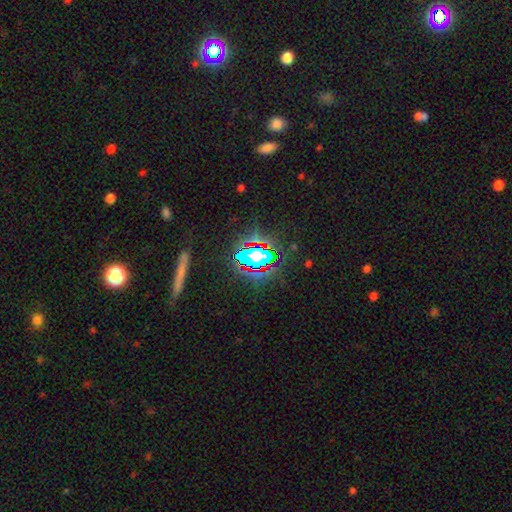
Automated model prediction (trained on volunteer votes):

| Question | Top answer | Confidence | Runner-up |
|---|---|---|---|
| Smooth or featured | star or artifact | 66% | smooth (21%) |